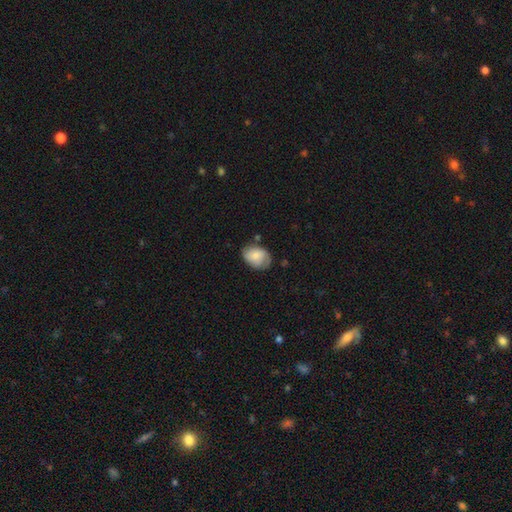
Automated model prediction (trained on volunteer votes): Overall: smooth (72%). How rounded: in between (78%). Merging: none (58%; minor disturbance 31%).